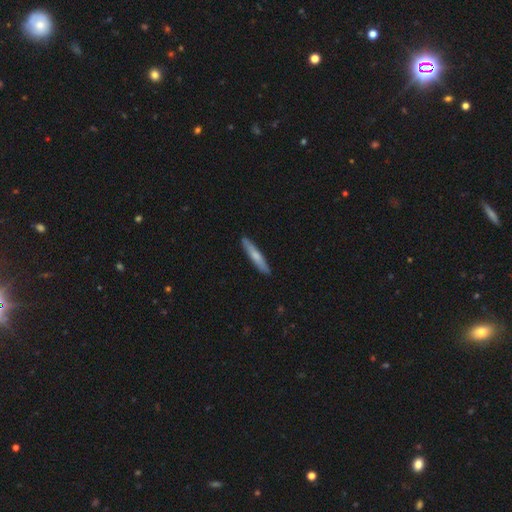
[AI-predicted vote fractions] Smooth or featured?
  - smooth: 65% *
  - featured or disk: 30%
  - star or artifact: 5%
How rounded?
  - cigar-shaped: 93% *
  - in between: 6%
  - round: 1%
Merging?
  - none: 90% *
  - minor disturbance: 8%
  - major disturbance: 1%
  - merger: 1%